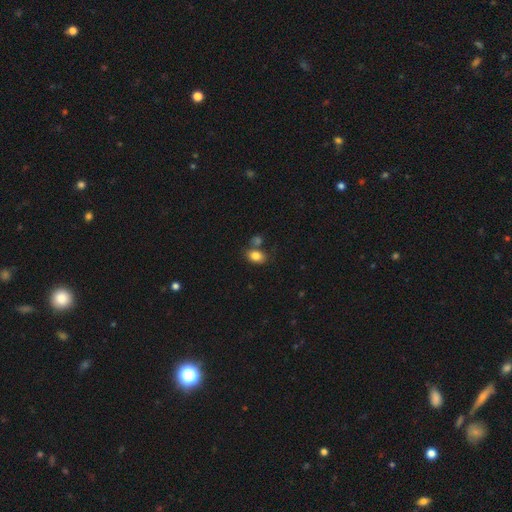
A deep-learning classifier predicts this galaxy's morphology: A smooth galaxy with no disk features (82%) that is in between round and cigar-shaped (73%). Merging: none (58%).